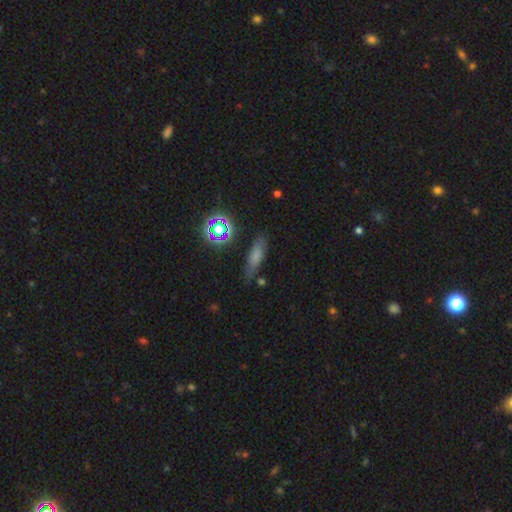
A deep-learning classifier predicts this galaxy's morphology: smooth-or-featured: smooth: 65% | star or artifact: 18% | featured or disk: 17%
  how-rounded: cigar-shaped: 48% | in between: 45% | round: 7%
  merging: none: 75% | minor disturbance: 17% | major disturbance: 5% | merger: 3%